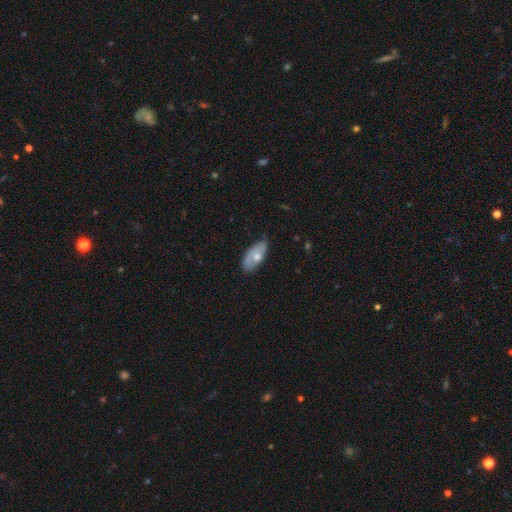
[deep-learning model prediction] Smooth or featured? smooth (58%)
How rounded? in between (88%)
Merging? none (57%)